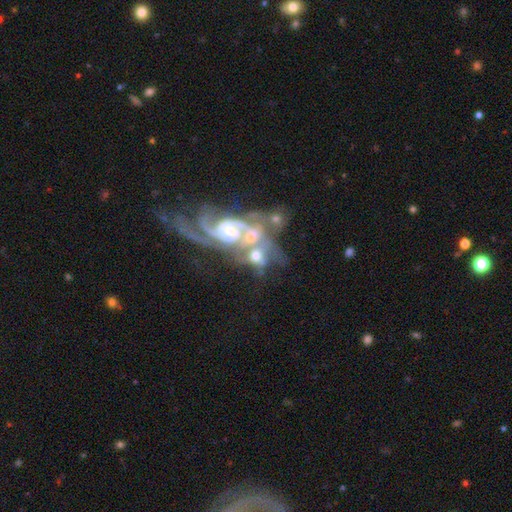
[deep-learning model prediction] Overall: featured or disk (75%). Edge-on disk: no (97%). Bar: no (62%; weak 28%). Spiral arms: yes (89%). Spiral arm count: 2 (62%). Spiral winding: medium (44%; tight 37%). Bulge size: moderate (45%; small 41%). Merging: merger (71%).